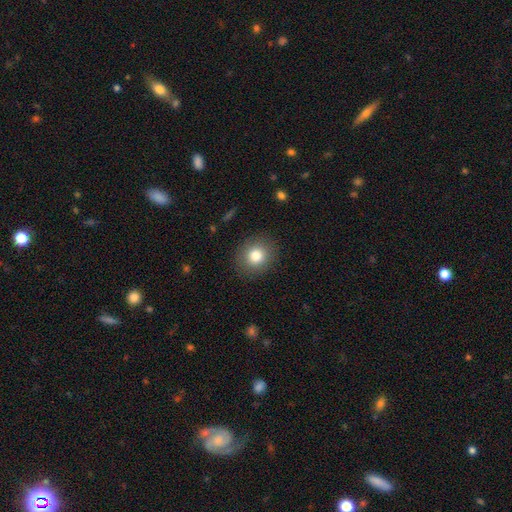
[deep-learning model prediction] A smooth galaxy with no disk features (81%) that is round (76%).

Vote fractions:
- Smooth or featured? smooth: 81% / star or artifact: 10% / featured or disk: 9%
- How rounded? round: 76% / in between: 24% / cigar-shaped: 1%
- Merging? none: 89% / minor disturbance: 8% / major disturbance: 3% / merger: 1%